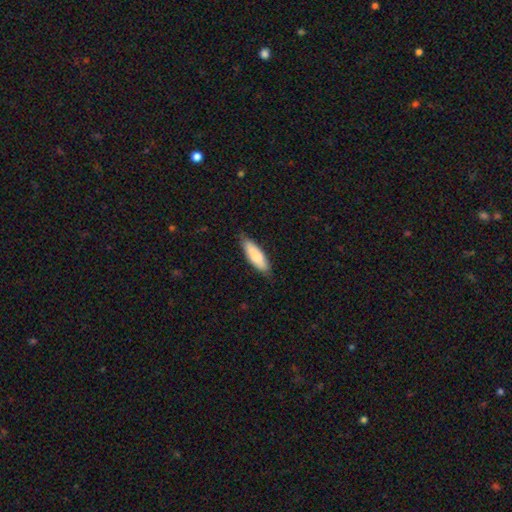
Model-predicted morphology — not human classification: Overall: smooth (83%). How rounded: in between (51%; cigar-shaped 47%). Merging: none (81%).